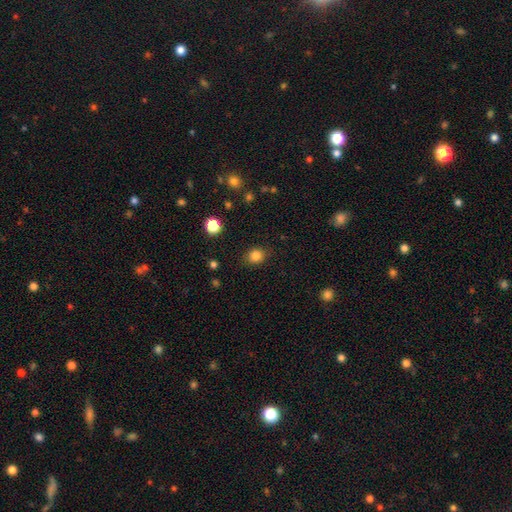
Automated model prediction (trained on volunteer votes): smooth-or-featured: smooth: 84% | star or artifact: 11% | featured or disk: 4%
  how-rounded: round: 69% | in between: 30% | cigar-shaped: 1%
  merging: none: 85% | minor disturbance: 10% | major disturbance: 3% | merger: 1%